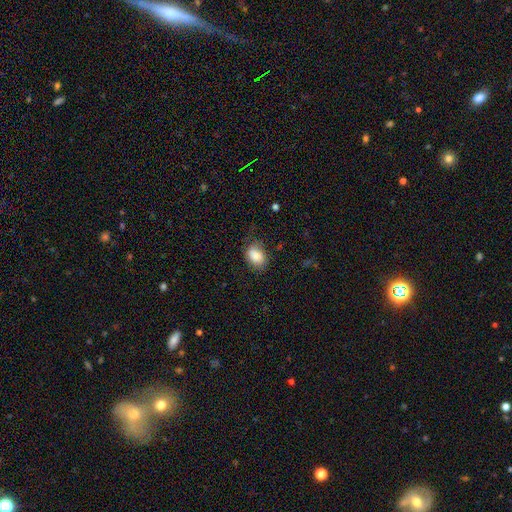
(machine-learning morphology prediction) Smooth or featured? Predicted: smooth (p=0.85). How rounded? Predicted: in between (p=0.73). Merging? Predicted: none (p=0.68).